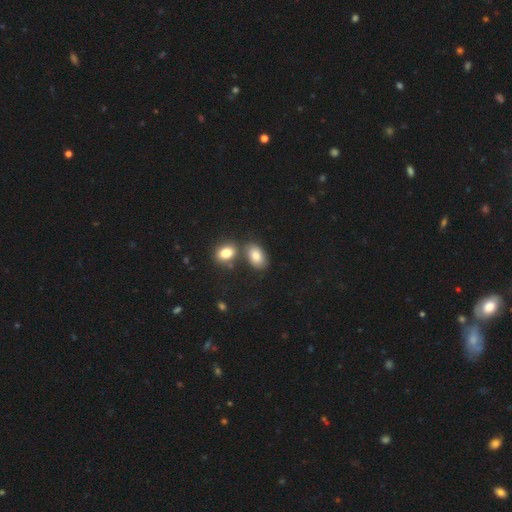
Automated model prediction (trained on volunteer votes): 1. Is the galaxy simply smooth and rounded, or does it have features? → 81% smooth, 10% featured or disk, 9% star or artifact.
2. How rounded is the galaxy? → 89% in between, 9% round, 2% cigar-shaped.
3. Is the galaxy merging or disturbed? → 62% none, 23% merger, 12% minor disturbance, 4% major disturbance.